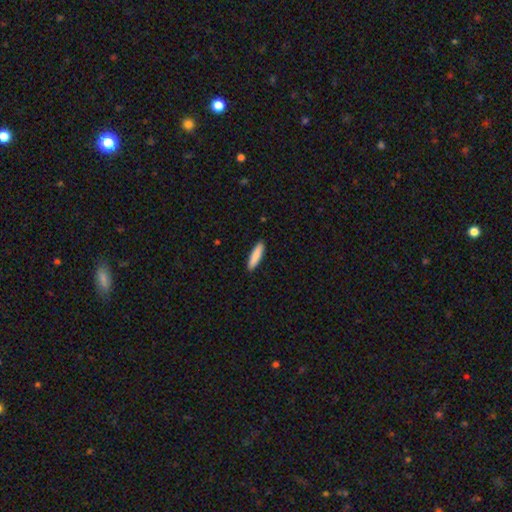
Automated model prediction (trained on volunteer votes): A smooth galaxy with no disk features (87%) that is cigar-shaped (80%). Merging: none (91%).